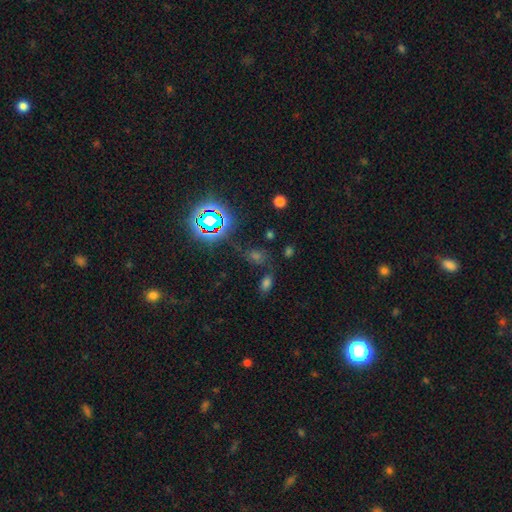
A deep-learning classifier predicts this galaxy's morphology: Smooth or featured? star or artifact (53%)